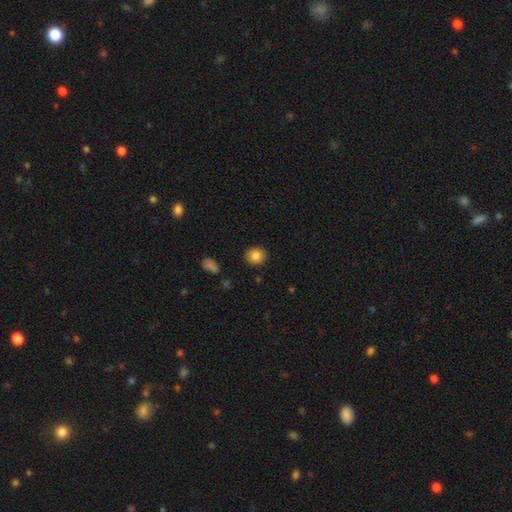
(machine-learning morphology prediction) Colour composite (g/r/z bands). It shows a smooth galaxy with no disk features (85%) that is round (79%). Merging: none (89%).